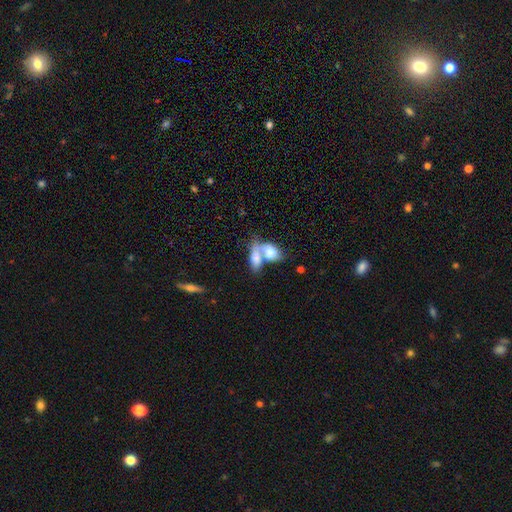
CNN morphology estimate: A smooth galaxy with no disk features (69%) that is in between round and cigar-shaped (85%).

Vote fractions:
- Smooth or featured? smooth: 69% / featured or disk: 24% / star or artifact: 7%
- How rounded? in between: 85% / round: 9% / cigar-shaped: 6%
- Merging? merger: 74% / none: 15% / minor disturbance: 6% / major disturbance: 5%